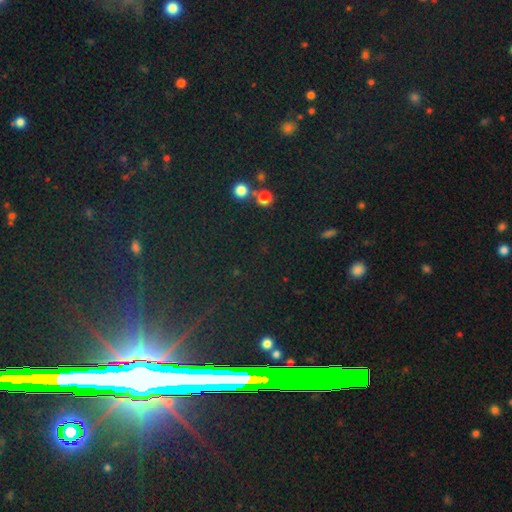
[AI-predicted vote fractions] Smooth or featured? Predicted: star or artifact (p=0.78).